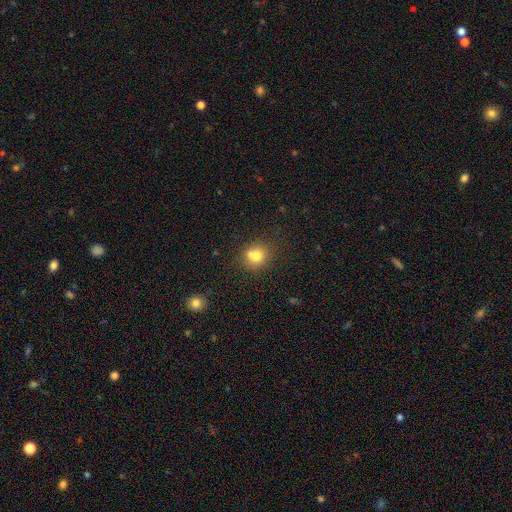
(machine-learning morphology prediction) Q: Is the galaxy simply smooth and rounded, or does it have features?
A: smooth — 74%.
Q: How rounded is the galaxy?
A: round — 79%.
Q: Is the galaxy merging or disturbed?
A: none — 54%.